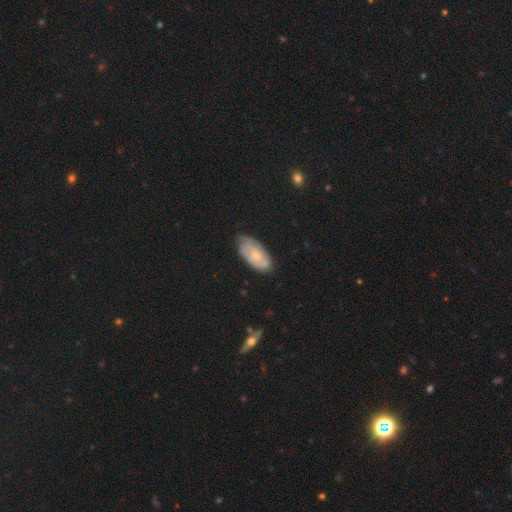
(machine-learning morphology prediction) A featured or disk galaxy (58%) with no bar (73%), spiral arms (78%) and a small central bulge (50%).

Vote fractions:
- Smooth or featured? featured or disk: 58% / smooth: 36% / star or artifact: 6%
- Edge-on disk? no: 93% / yes: 7%
- Bar? no: 73% / weak: 24% / strong: 3%
- Spiral arms? yes: 78% / no: 22%
- Bulge size? small: 50% / moderate: 42% / none: 5% / large: 2% / dominant: 1%
- Merging? none: 70% / minor disturbance: 24% / major disturbance: 5% / merger: 2%